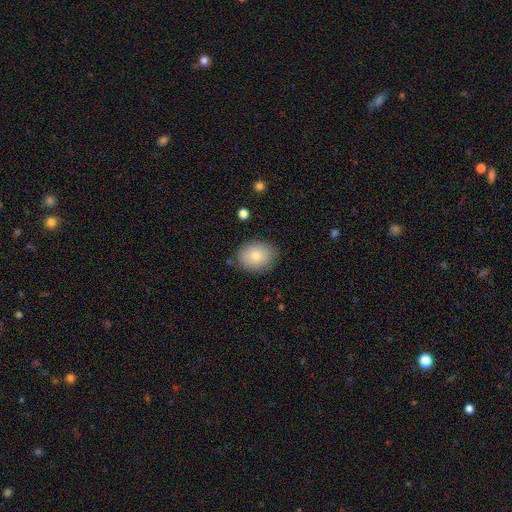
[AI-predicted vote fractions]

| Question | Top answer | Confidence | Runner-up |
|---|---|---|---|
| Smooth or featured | smooth | 78% | featured or disk (13%) |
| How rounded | in between | 52% | round (47%) |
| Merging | none | 82% | minor disturbance (13%) |